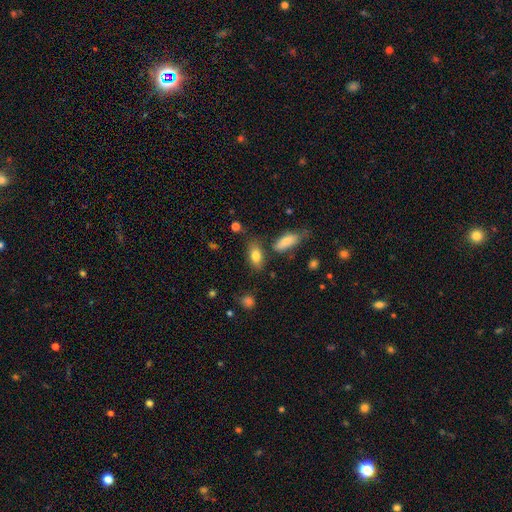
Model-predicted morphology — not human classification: smooth-or-featured: smooth: 80% | featured or disk: 11% | star or artifact: 9%
  how-rounded: in between: 87% | round: 7% | cigar-shaped: 6%
  merging: none: 70% | minor disturbance: 16% | merger: 9% | major disturbance: 5%